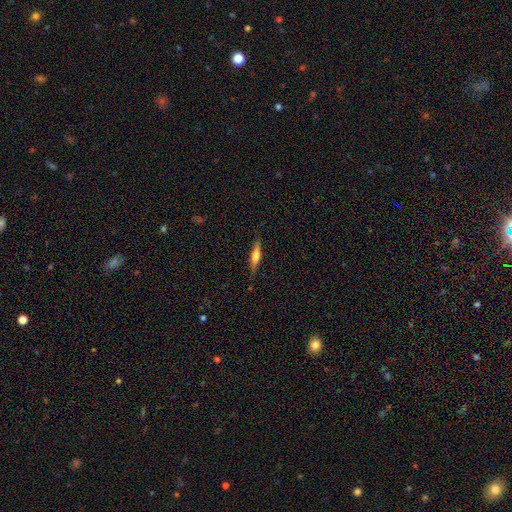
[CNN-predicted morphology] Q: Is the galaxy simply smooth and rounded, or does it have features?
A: featured or disk — 50%.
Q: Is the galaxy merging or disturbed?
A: none — 84%.